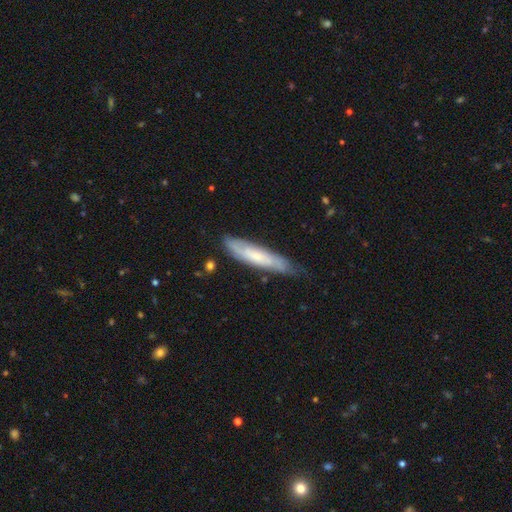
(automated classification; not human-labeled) Smooth or featured? smooth (48%)
Merging? none (65%)